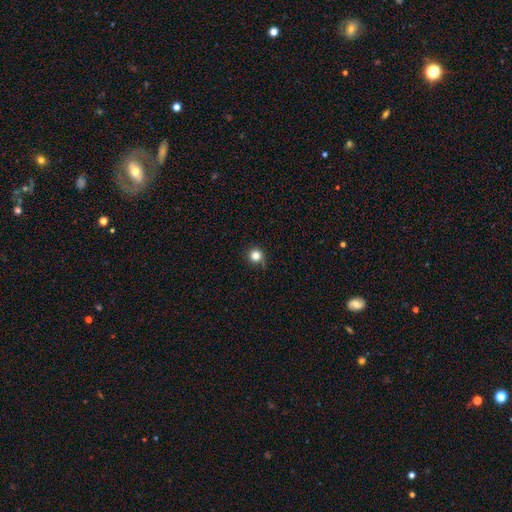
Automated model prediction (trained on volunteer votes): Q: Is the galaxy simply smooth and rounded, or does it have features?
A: smooth — 82%.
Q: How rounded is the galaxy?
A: round — 95%.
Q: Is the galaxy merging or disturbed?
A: none — 86%.